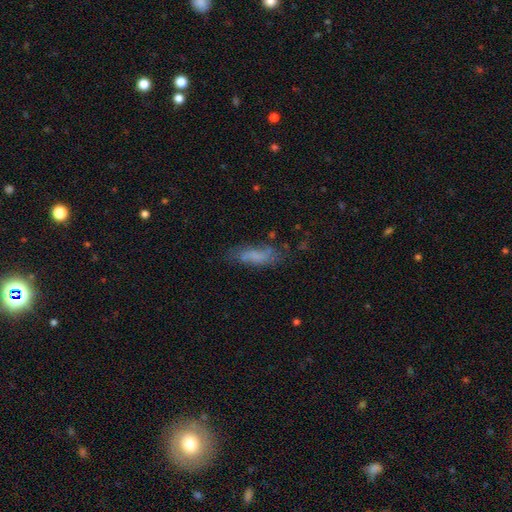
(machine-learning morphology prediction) A smooth galaxy with no disk features (60%) that is in between round and cigar-shaped (55%). Merging: none (60%).